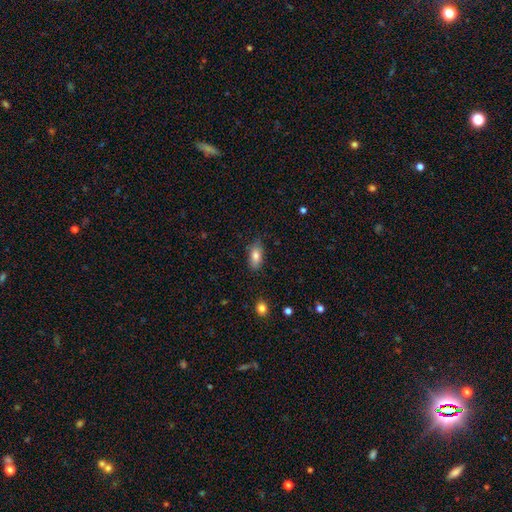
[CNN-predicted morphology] Smooth or featured? Predicted: smooth (p=0.80). How rounded? Predicted: in between (p=0.85). Merging? Predicted: none (p=0.81).